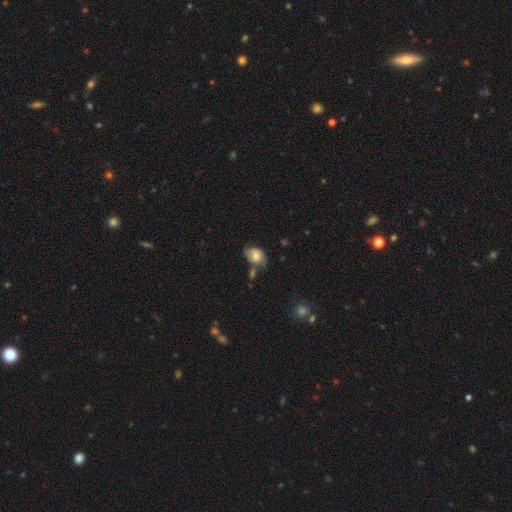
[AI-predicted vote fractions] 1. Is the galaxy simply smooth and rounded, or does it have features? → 66% smooth, 26% featured or disk, 9% star or artifact.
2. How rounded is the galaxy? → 75% in between, 24% round, 1% cigar-shaped.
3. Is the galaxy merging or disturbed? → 43% none, 30% minor disturbance, 16% merger, 12% major disturbance.